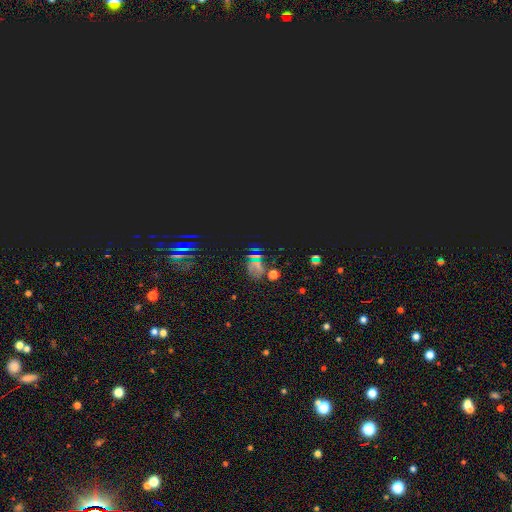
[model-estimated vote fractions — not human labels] Smooth or featured?
  - star or artifact: 65% *
  - smooth: 21%
  - featured or disk: 14%